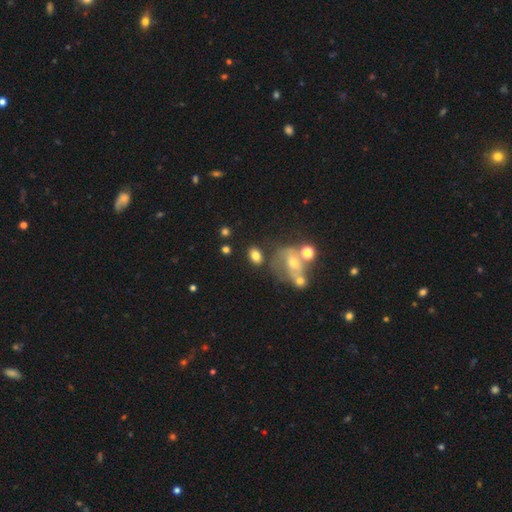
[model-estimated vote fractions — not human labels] This is likely a smooth galaxy (76%). How rounded: likely in between (76%). Merging: likely none (63%).